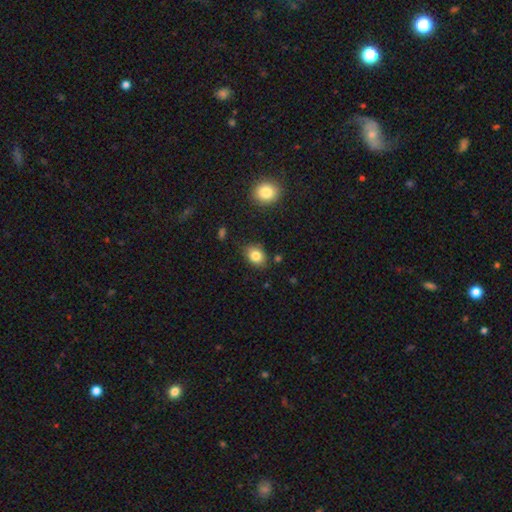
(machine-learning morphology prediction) smooth-or-featured: smooth: 83% | star or artifact: 10% | featured or disk: 7%
  how-rounded: in between: 64% | round: 35% | cigar-shaped: 1%
  merging: none: 82% | minor disturbance: 13% | major disturbance: 3% | merger: 2%